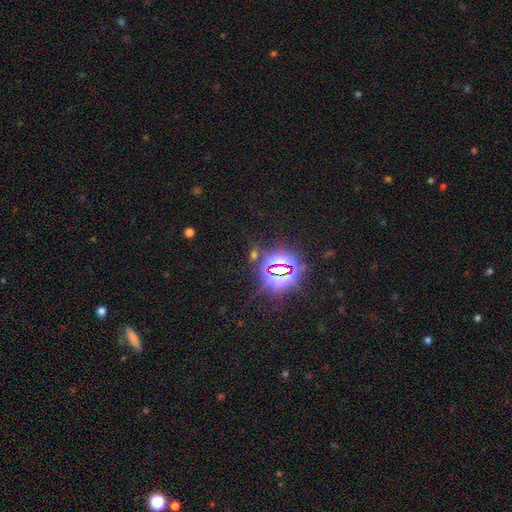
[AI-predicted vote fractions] Smooth or featured: star or artifact — 83% (smooth — 10%)